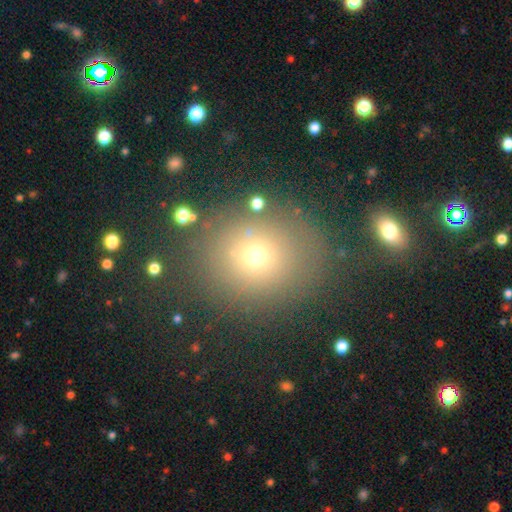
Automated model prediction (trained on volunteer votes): Smooth or featured? smooth (66%)
How rounded? round (75%)
Merging? none (80%)